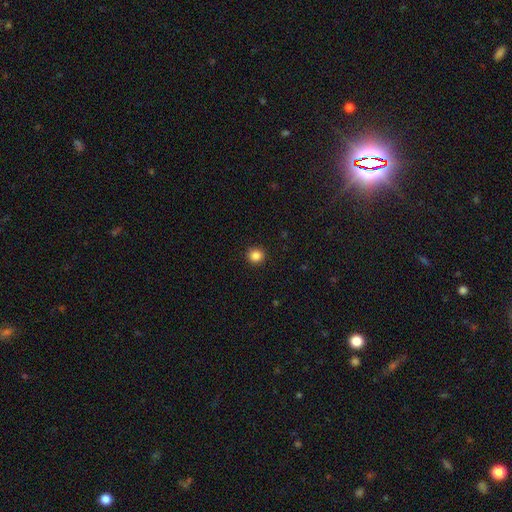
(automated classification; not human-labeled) Smooth or featured: smooth — 85% (star or artifact — 11%)
How rounded: round — 93% (in between — 6%)
Merging: none — 93% (minor disturbance — 5%)